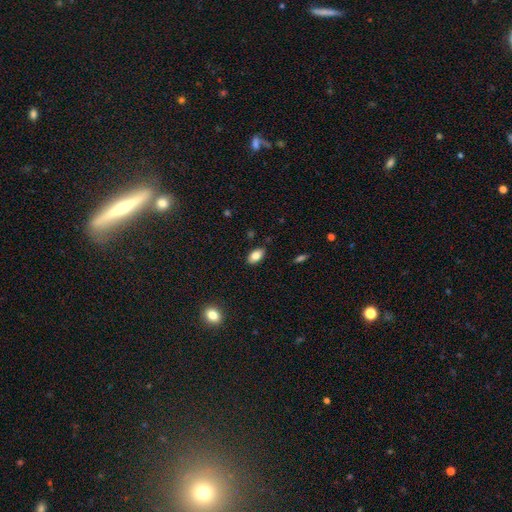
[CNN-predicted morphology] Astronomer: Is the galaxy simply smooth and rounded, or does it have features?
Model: smooth — 83%.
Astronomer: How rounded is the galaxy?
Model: in between — 92%.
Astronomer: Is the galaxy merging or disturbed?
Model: none — 86%.